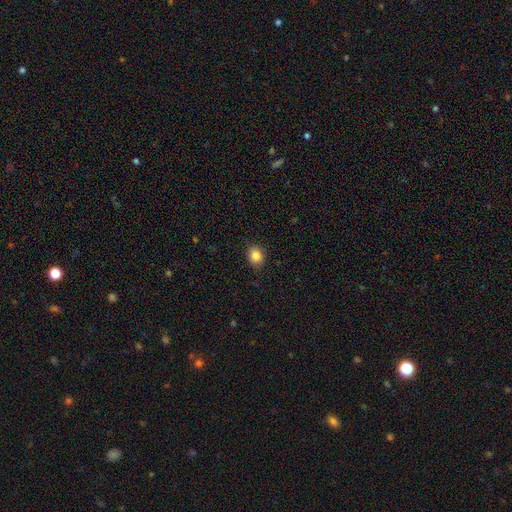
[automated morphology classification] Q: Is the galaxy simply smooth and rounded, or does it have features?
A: smooth — 85%.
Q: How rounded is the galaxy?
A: round — 67%.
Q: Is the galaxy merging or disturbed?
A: none — 87%.